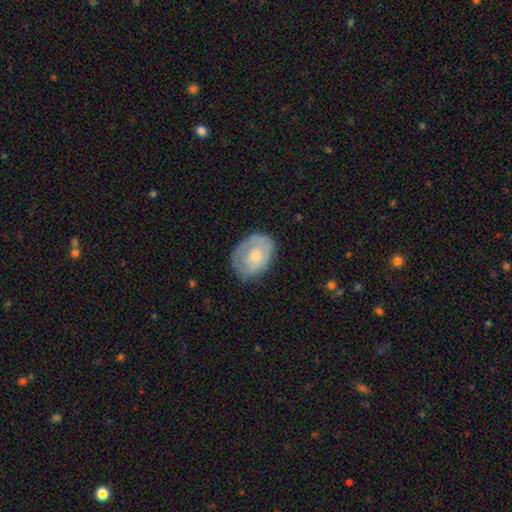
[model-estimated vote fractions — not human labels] Smooth or featured? Predicted: smooth (p=0.56). How rounded? Predicted: in between (p=0.68). Merging? Predicted: none (p=0.66).